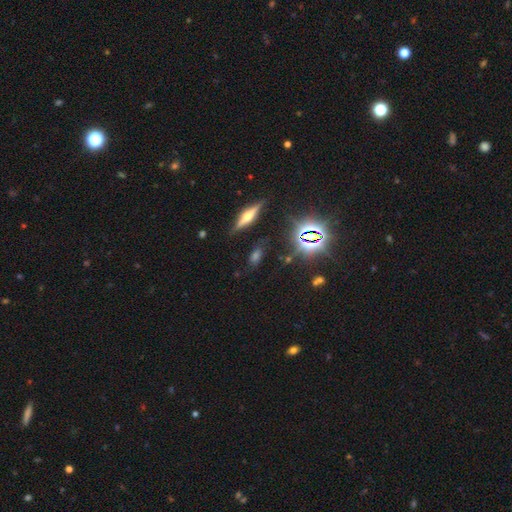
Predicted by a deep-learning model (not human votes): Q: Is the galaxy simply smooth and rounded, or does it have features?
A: star or artifact — 42%.